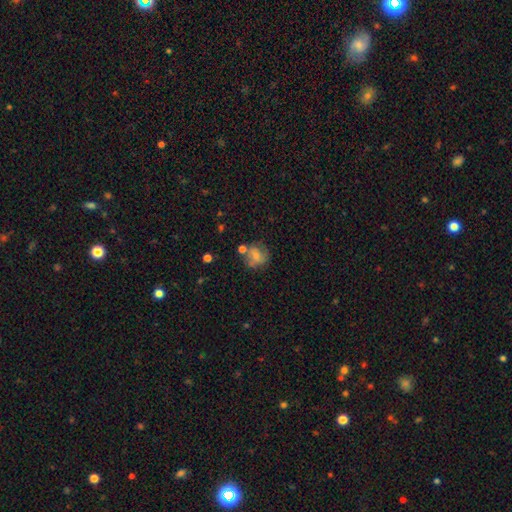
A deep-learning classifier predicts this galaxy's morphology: Smooth or featured: smooth — 60% (featured or disk — 29%)
How rounded: round — 76% (in between — 23%)
Merging: none — 54% (minor disturbance — 22%)